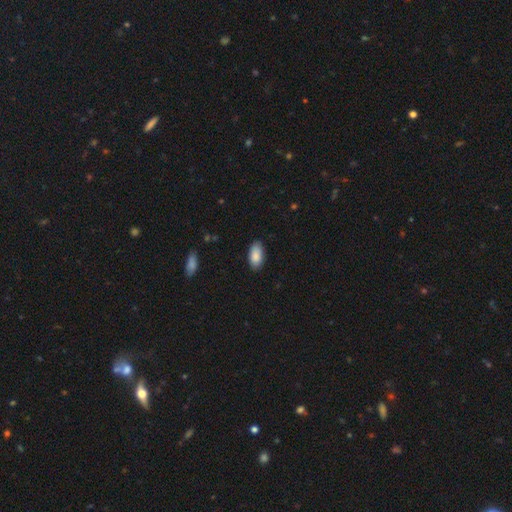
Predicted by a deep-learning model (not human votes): Morphology: type=smooth (88%); roundness=in between (94%); merging=none (85%).